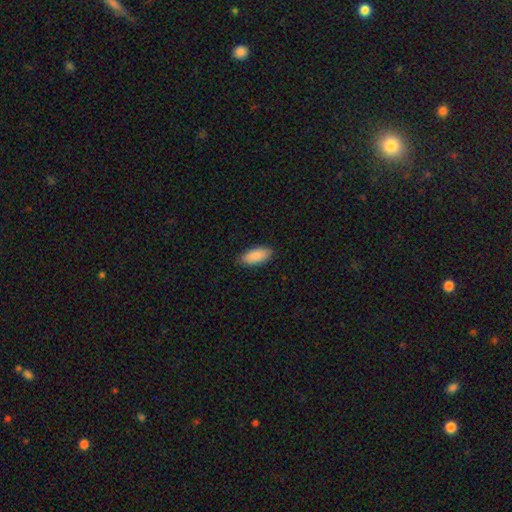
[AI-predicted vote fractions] Smooth or featured?
  - smooth: 89% *
  - star or artifact: 6%
  - featured or disk: 5%
How rounded?
  - in between: 91% *
  - cigar-shaped: 8%
  - round: 2%
Merging?
  - none: 88% *
  - minor disturbance: 10%
  - major disturbance: 2%
  - merger: 1%